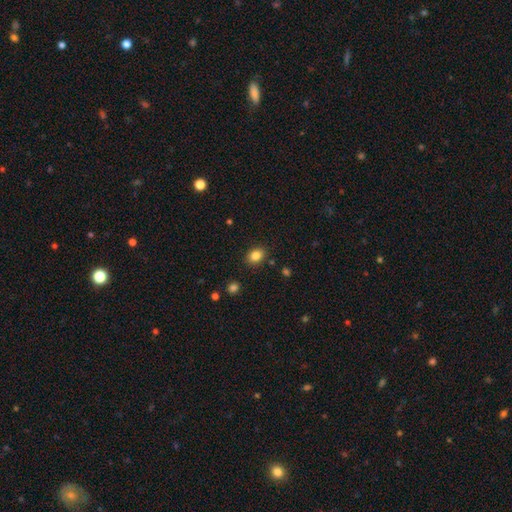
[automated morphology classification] The model was most divided on "how rounded": in between: 59%, round: 40%, cigar-shaped: 1%. More confident: merging — none (86%); smooth or featured — smooth (84%).